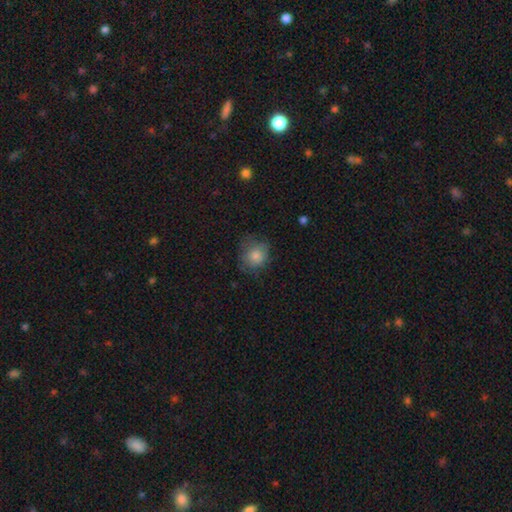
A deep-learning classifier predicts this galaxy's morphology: smooth-or-featured: smooth: 79% | featured or disk: 11% | star or artifact: 10%
  how-rounded: round: 80% | in between: 19% | cigar-shaped: 1%
  merging: none: 66% | minor disturbance: 24% | major disturbance: 8% | merger: 1%